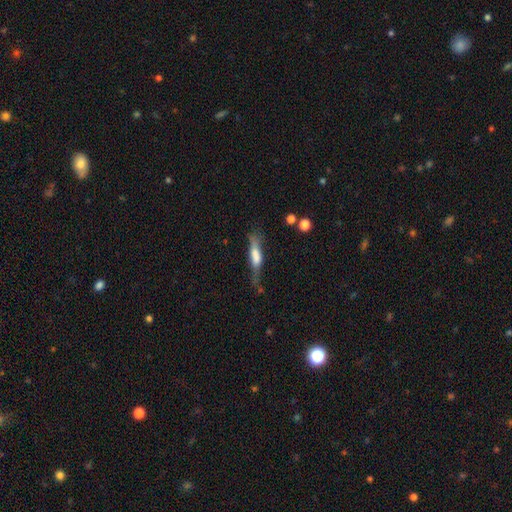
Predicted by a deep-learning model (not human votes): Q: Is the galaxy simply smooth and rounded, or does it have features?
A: smooth — 49%.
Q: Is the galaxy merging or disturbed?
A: none — 43%.